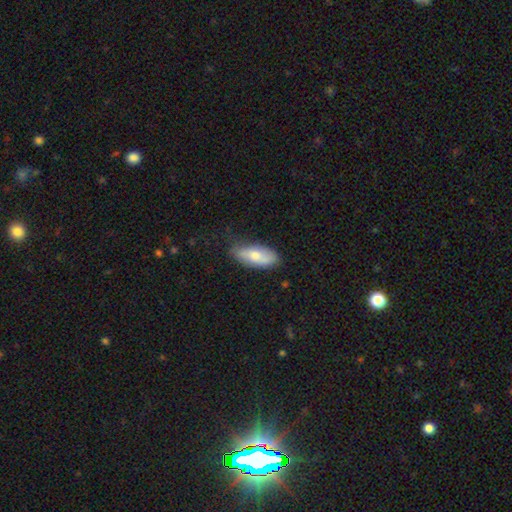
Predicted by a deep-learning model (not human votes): Q: Smooth or featured?
A: smooth (67%); runner-up: featured or disk (27%)
Q: How rounded?
A: in between (80%); runner-up: cigar-shaped (17%)
Q: Merging?
A: none (73%); runner-up: minor disturbance (22%)